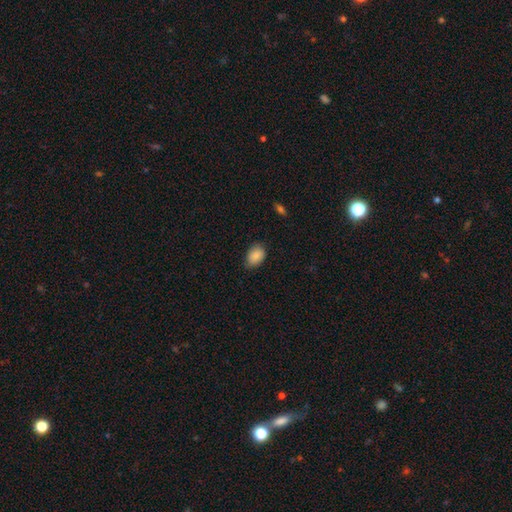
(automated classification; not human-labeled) A smooth galaxy with no disk features (88%) that is in between round and cigar-shaped (82%).

Vote fractions:
- Smooth or featured? smooth: 88% / star or artifact: 7% / featured or disk: 5%
- How rounded? in between: 82% / round: 17% / cigar-shaped: 1%
- Merging? none: 78% / minor disturbance: 18% / major disturbance: 3% / merger: 1%